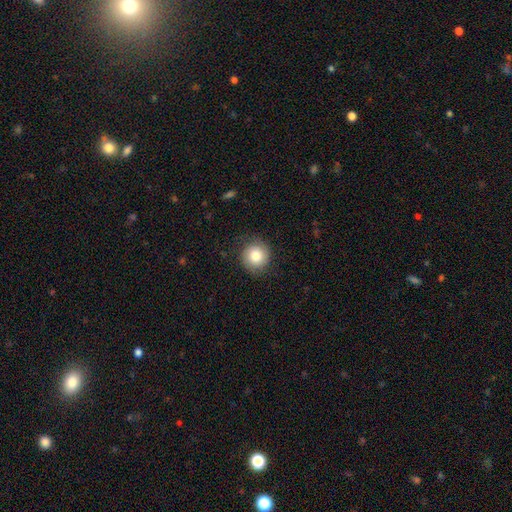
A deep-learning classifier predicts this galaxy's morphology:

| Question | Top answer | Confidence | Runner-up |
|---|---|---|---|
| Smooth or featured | smooth | 80% | featured or disk (12%) |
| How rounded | round | 93% | in between (7%) |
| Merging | none | 84% | minor disturbance (12%) |